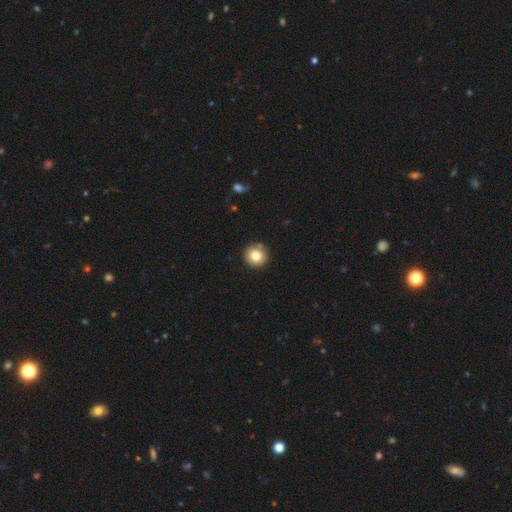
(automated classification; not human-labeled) smooth_or_featured: smooth (p=0.82) [alt: star or artifact p=0.10]
how_rounded: round (p=0.92) [alt: in between p=0.07]
merging: none (p=0.85) [alt: minor disturbance p=0.09]